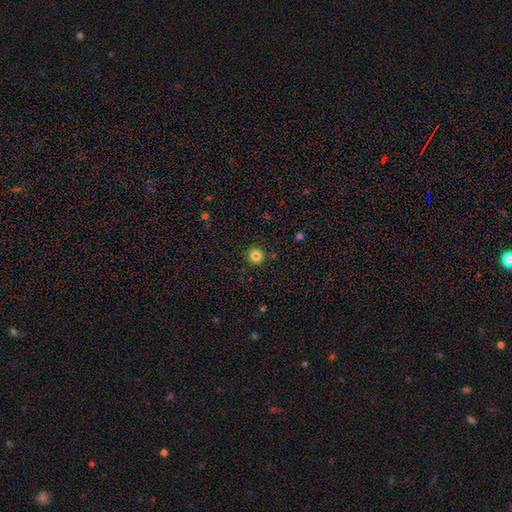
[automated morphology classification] Smooth or featured? smooth (83%)
How rounded? round (92%)
Merging? none (89%)